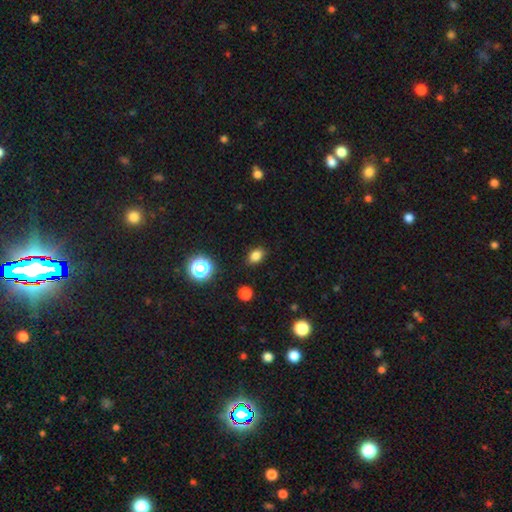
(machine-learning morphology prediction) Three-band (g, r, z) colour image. It shows a smooth galaxy with no disk features (81%) that is in between round and cigar-shaped (71%). Merging: none (87%).